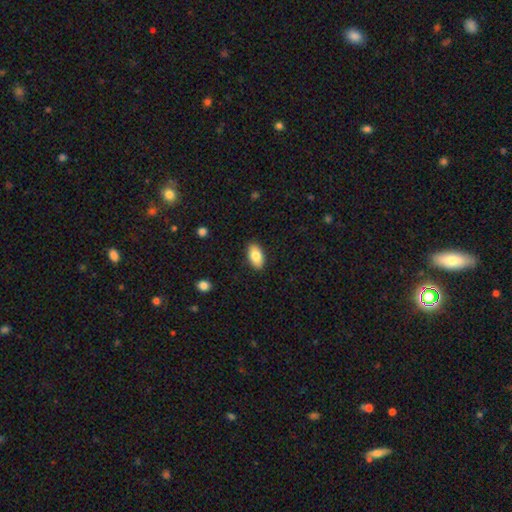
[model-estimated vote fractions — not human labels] Morphology: type=smooth (81%); roundness=in between (93%); merging=none (89%).